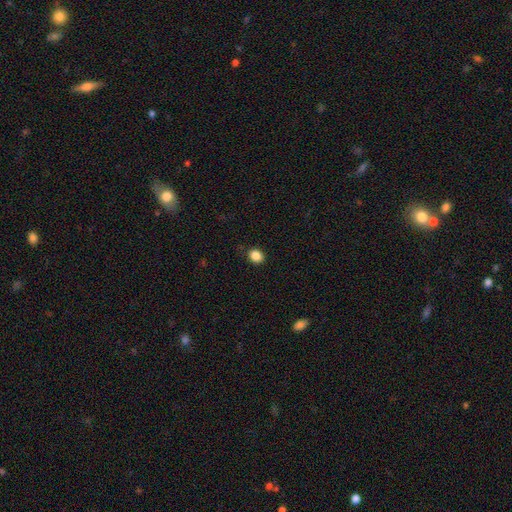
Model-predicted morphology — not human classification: A smooth galaxy with no disk features (87%) that is round (59%).

Vote fractions:
- Smooth or featured? smooth: 87% / star or artifact: 10% / featured or disk: 3%
- How rounded? round: 59% / in between: 40% / cigar-shaped: 1%
- Merging? none: 88% / minor disturbance: 9% / major disturbance: 2% / merger: 1%